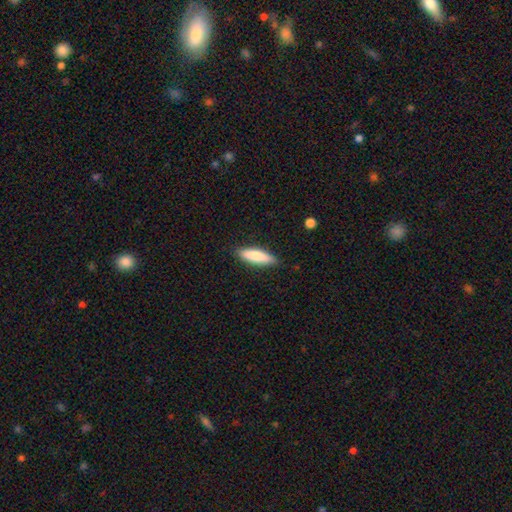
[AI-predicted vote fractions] smooth_or_featured: smooth (p=0.79) [alt: featured or disk p=0.15]
how_rounded: cigar-shaped (p=0.61) [alt: in between p=0.38]
merging: none (p=0.86) [alt: minor disturbance p=0.11]